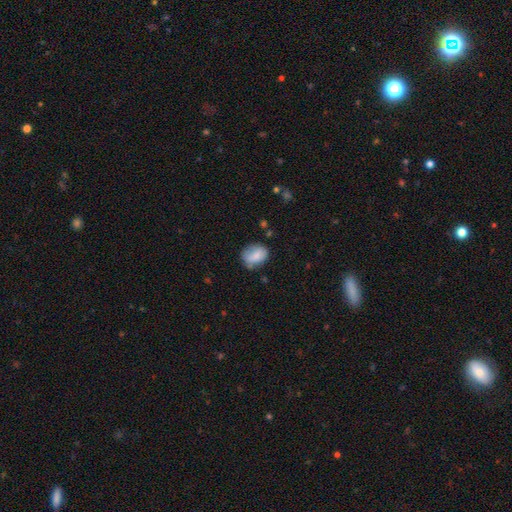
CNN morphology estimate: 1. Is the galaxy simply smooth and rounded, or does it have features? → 77% smooth, 15% featured or disk, 8% star or artifact.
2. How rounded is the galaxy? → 59% in between, 40% round, 1% cigar-shaped.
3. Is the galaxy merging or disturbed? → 59% none, 28% minor disturbance, 8% major disturbance, 4% merger.